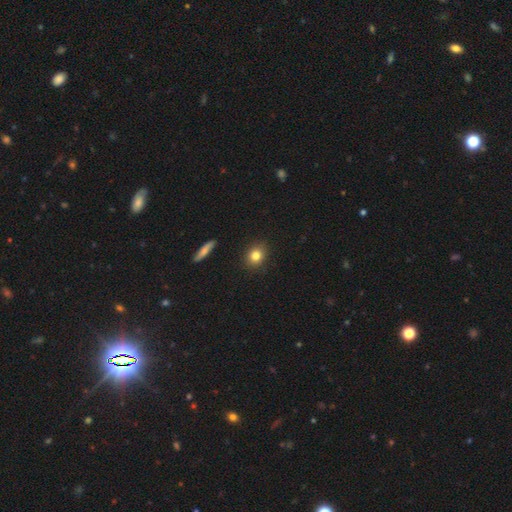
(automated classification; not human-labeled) smooth-or-featured: smooth: 81% | star or artifact: 10% | featured or disk: 8%
  how-rounded: round: 70% | in between: 28% | cigar-shaped: 2%
  merging: none: 89% | minor disturbance: 8% | major disturbance: 2% | merger: 1%